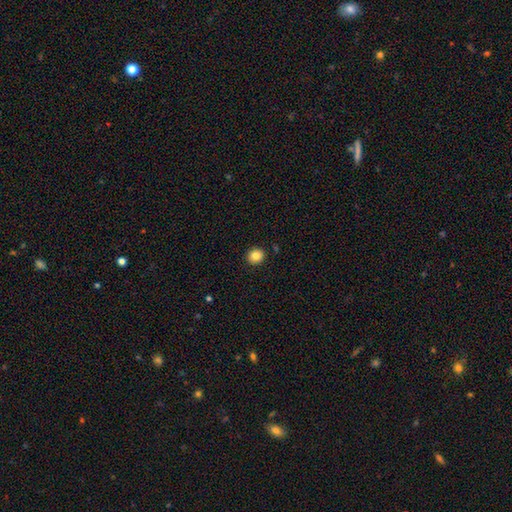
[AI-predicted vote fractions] smooth 84%, star or artifact 10%, featured or disk 6%. Down the decision tree: how rounded — round (85%); merging — none (92%).